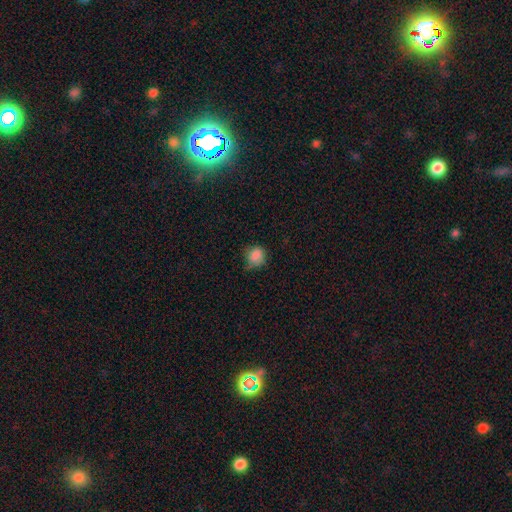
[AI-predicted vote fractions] Smooth or featured? Predicted: smooth (p=0.85). How rounded? Predicted: round (p=0.75). Merging? Predicted: none (p=0.56).